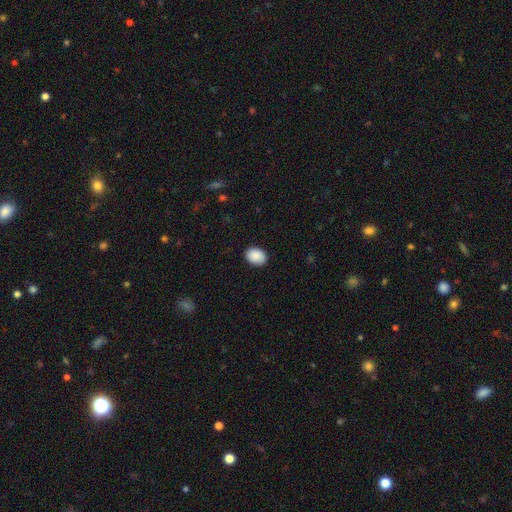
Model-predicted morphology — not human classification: Smooth or featured? smooth (90%)
How rounded? in between (72%)
Merging? none (90%)